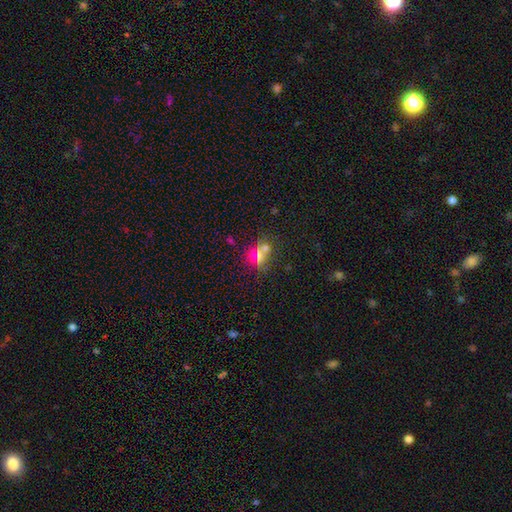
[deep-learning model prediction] A smooth galaxy with no disk features (53%) that is round (72%). Merging: none (65%).